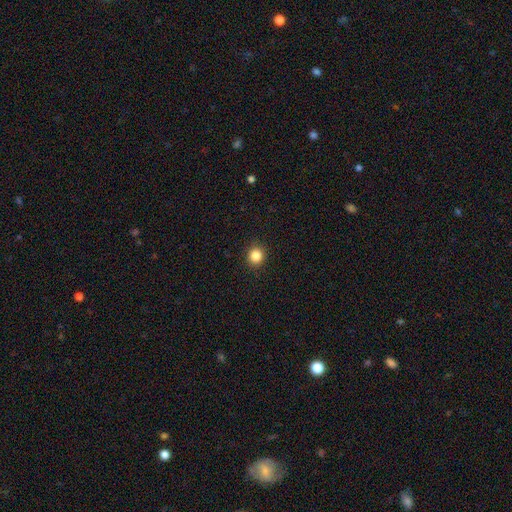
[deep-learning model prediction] smooth-or-featured: smooth: 85% | star or artifact: 11% | featured or disk: 4%
  how-rounded: round: 91% | in between: 8% | cigar-shaped: 1%
  merging: none: 92% | minor disturbance: 5% | major disturbance: 2% | merger: 1%